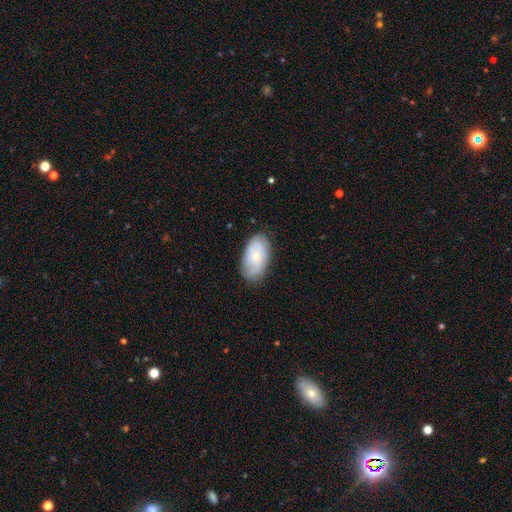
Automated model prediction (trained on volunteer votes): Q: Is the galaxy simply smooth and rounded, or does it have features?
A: featured or disk — 48%.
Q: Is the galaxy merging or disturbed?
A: none — 75%.